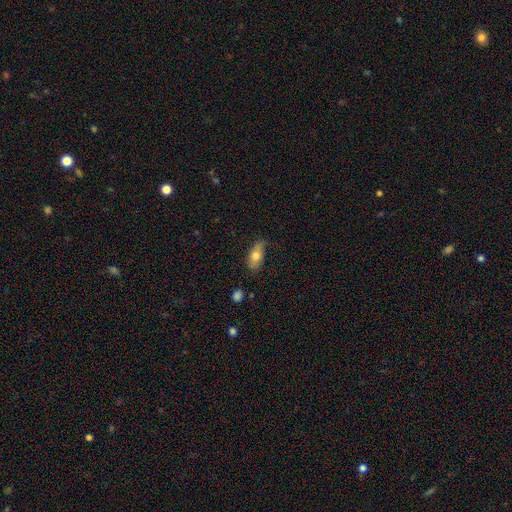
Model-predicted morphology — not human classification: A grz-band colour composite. It shows a smooth galaxy with no disk features (70%) that is in between round and cigar-shaped (82%). Merging: none (65%).